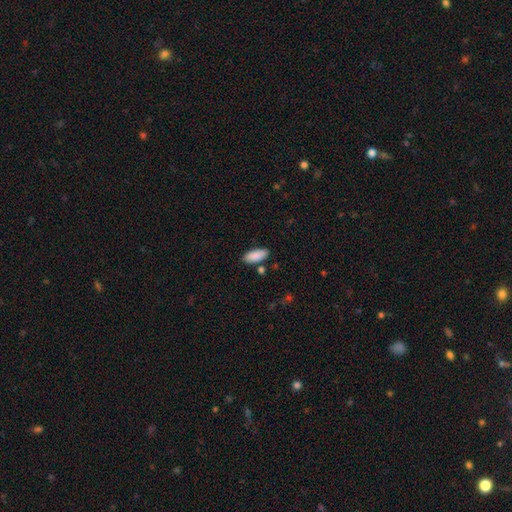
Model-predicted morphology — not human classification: A smooth galaxy with no disk features (89%) that is in between round and cigar-shaped (86%). Merging: none (82%).